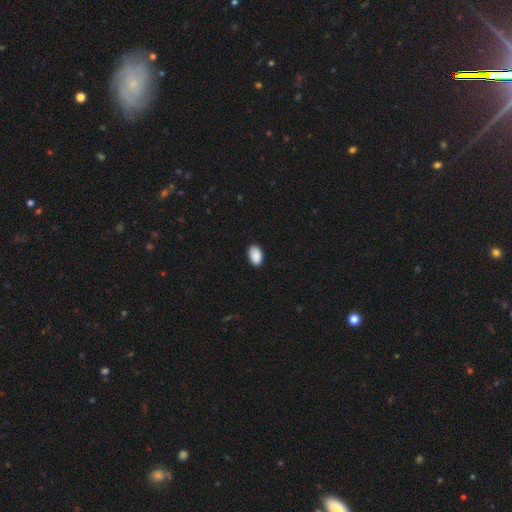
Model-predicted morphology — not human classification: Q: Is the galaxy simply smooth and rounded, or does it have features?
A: smooth — 90%.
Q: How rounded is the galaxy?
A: in between — 90%.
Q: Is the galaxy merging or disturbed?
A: none — 86%.